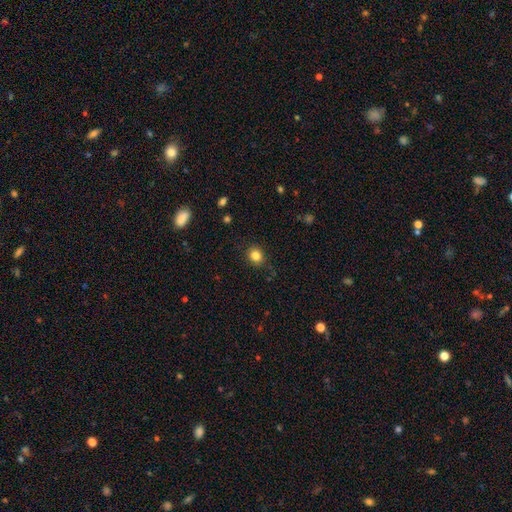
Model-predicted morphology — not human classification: This appears to be a smooth galaxy with no disk features (84%) that is round (76%). Merging: none (87%).